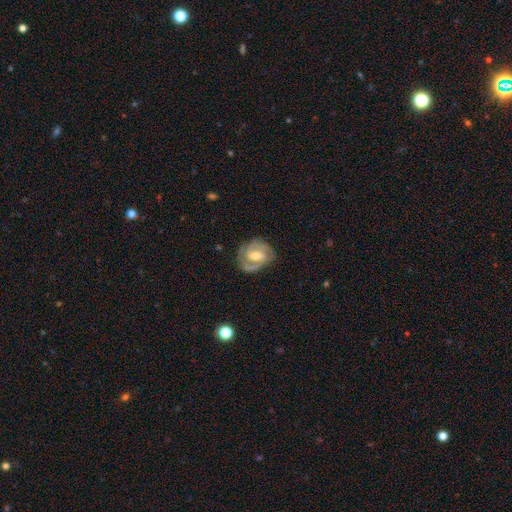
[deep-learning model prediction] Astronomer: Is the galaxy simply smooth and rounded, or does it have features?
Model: featured or disk — 86%.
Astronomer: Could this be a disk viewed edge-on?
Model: no — 98%.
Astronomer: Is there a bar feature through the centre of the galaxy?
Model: weak — 51%.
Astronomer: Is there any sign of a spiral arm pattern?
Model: yes — 96%.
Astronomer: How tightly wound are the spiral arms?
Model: medium — 46% (runner-up: tight, 43%).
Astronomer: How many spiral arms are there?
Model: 2 — 70%.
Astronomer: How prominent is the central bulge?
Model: moderate — 62%.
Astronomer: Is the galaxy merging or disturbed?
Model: none — 75%.